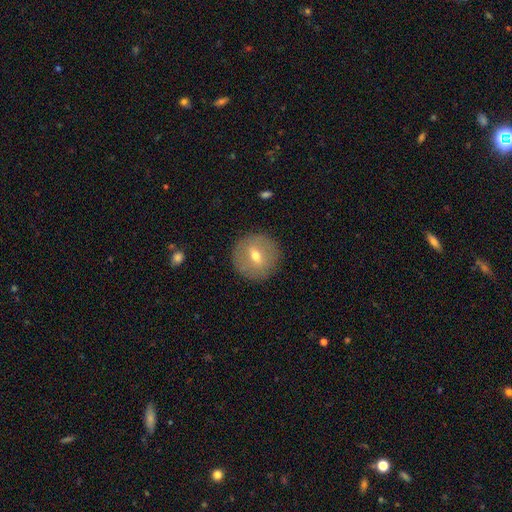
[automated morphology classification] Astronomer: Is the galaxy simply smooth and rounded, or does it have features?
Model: smooth — 52% (runner-up: featured or disk, 39%).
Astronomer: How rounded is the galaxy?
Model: round — 93%.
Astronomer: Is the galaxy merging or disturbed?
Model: none — 88%.